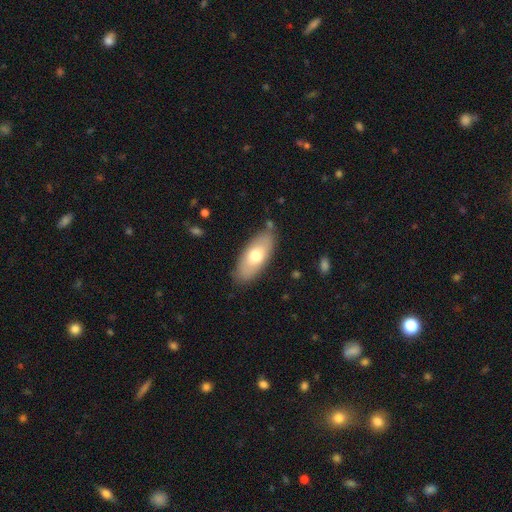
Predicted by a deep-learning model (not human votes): This is likely a smooth galaxy (67%). How rounded: clearly in between (85%). Merging: likely none (80%).